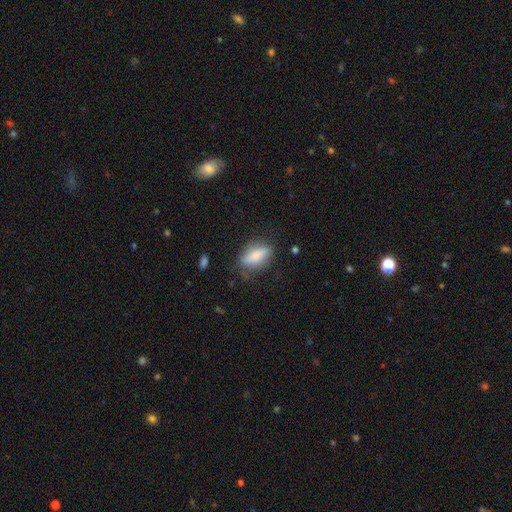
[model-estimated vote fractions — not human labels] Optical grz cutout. It shows a smooth galaxy with no disk features (71%) that is in between round and cigar-shaped (70%). Merging: none (69%).